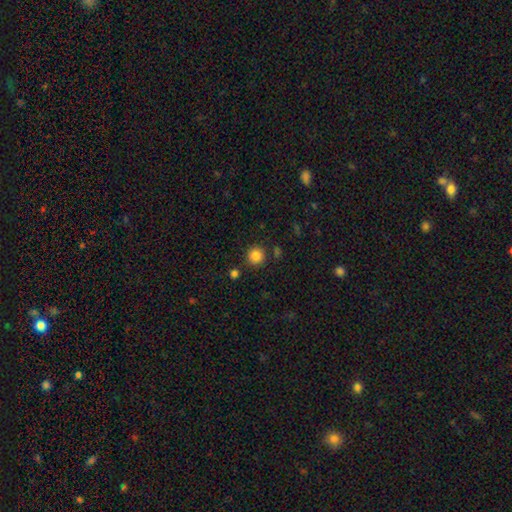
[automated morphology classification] Smooth or featured?
  - smooth: 85% *
  - star or artifact: 11%
  - featured or disk: 4%
How rounded?
  - round: 94% *
  - in between: 5%
  - cigar-shaped: 1%
Merging?
  - none: 86% *
  - minor disturbance: 7%
  - merger: 4%
  - major disturbance: 2%